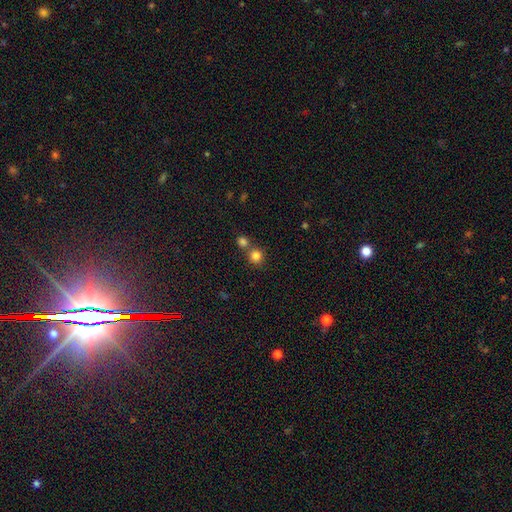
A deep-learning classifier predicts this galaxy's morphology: smooth 82%, star or artifact 12%, featured or disk 5%. Down the decision tree: how rounded — round (91%); merging — none (64%).